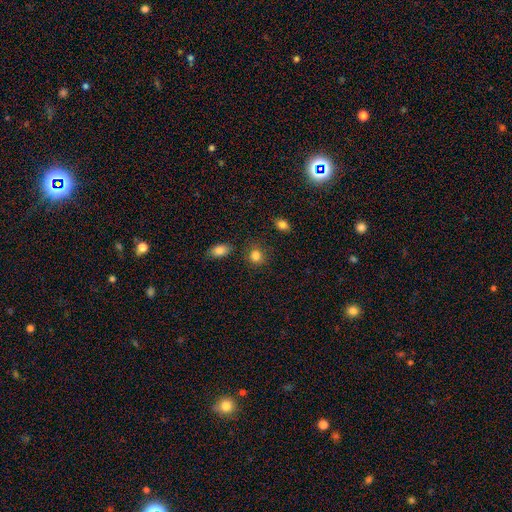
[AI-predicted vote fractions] Smooth or featured? smooth (85%)
How rounded? round (74%)
Merging? none (77%)